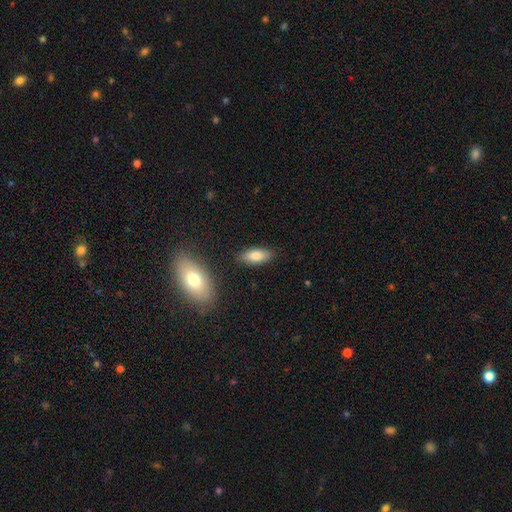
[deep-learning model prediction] Smooth or featured: smooth — 80% (featured or disk — 13%)
How rounded: in between — 83% (cigar-shaped — 15%)
Merging: none — 84% (minor disturbance — 11%)